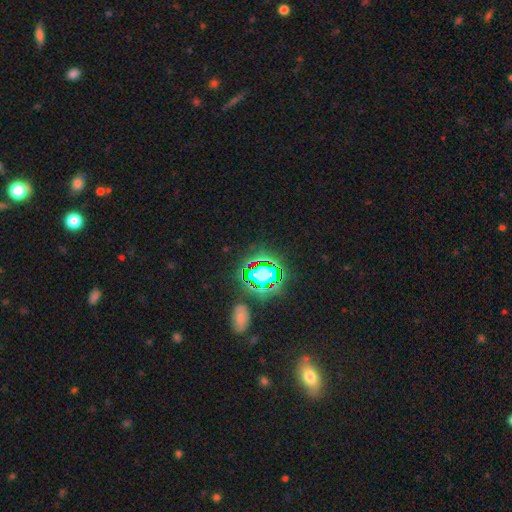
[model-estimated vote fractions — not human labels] smooth-or-featured: star or artifact: 73% | smooth: 18% | featured or disk: 9%